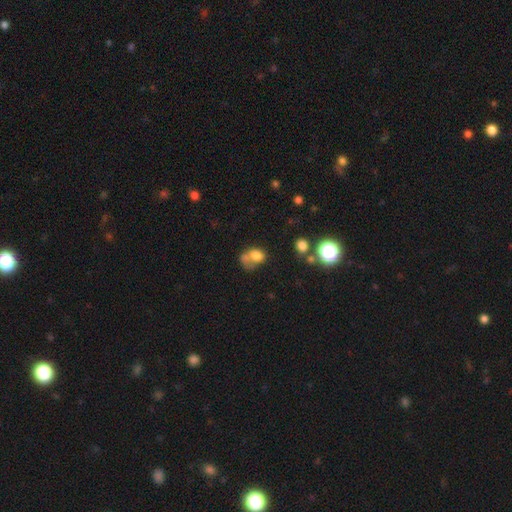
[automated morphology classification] Smooth or featured? Predicted: smooth (p=0.68). How rounded? Predicted: in between (p=0.61). Merging? Predicted: merger (p=0.34).